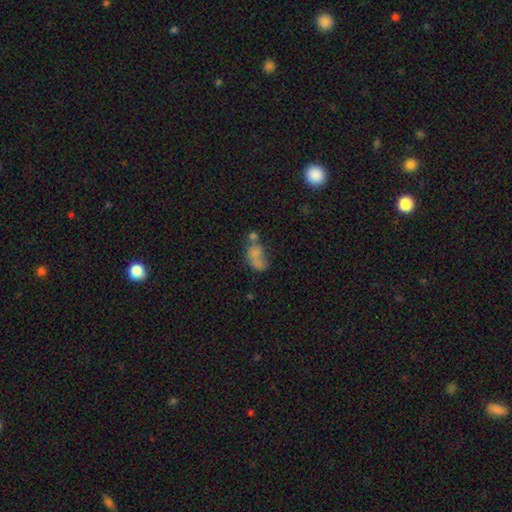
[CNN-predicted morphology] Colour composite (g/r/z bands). It shows a smooth galaxy with no disk features (62%) that is in between round and cigar-shaped (78%). Merging: merger (48%).